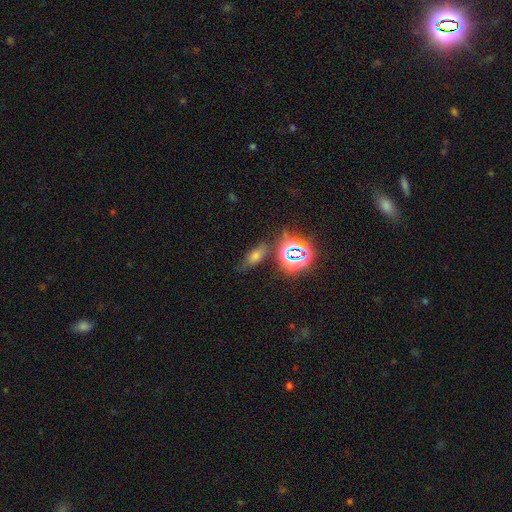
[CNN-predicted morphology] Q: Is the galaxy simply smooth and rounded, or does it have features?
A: smooth — 51%.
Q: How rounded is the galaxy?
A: in between — 65%.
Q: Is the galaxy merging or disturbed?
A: none — 72%.